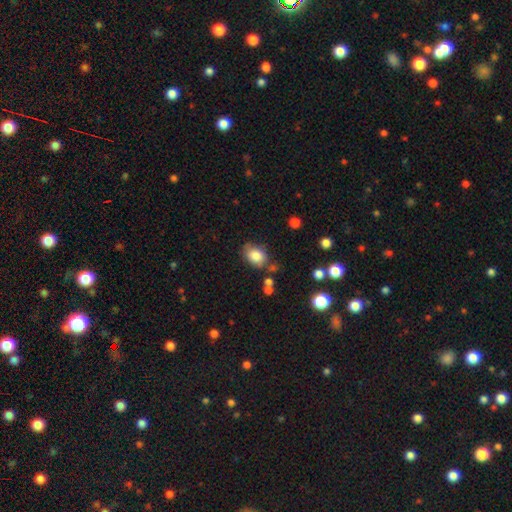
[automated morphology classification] Q: Smooth or featured?
A: smooth (83%); runner-up: star or artifact (9%)
Q: How rounded?
A: in between (65%); runner-up: round (34%)
Q: Merging?
A: none (67%); runner-up: minor disturbance (21%)